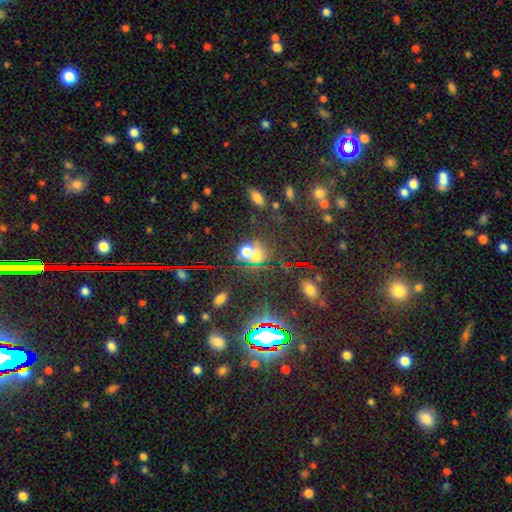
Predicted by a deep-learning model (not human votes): A star or artifact, not a galaxy (47%).

Vote fractions:
- Smooth or featured? star or artifact: 47% / smooth: 39% / featured or disk: 14%